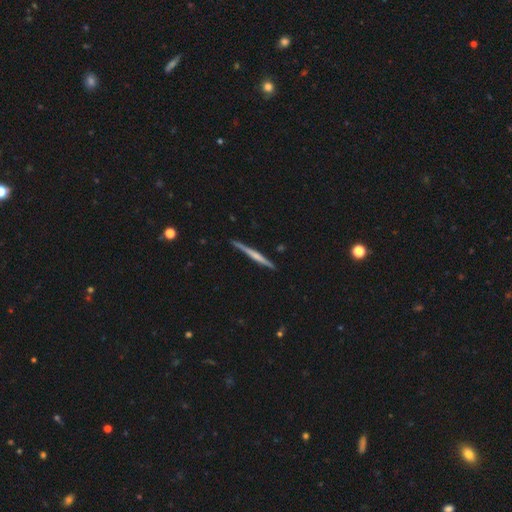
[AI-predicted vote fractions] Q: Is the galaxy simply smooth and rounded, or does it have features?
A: featured or disk — 62%.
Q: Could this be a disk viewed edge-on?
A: yes — 98%.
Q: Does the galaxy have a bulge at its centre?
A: none — 46%.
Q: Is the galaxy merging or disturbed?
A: none — 89%.